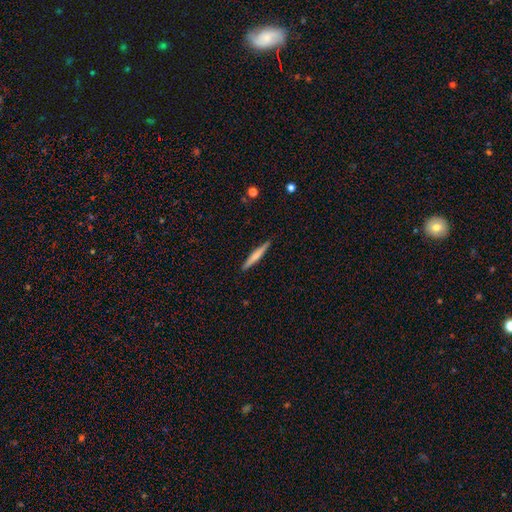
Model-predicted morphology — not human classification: type=smooth (58%); roundness=cigar-shaped (95%); merging=none (91%).